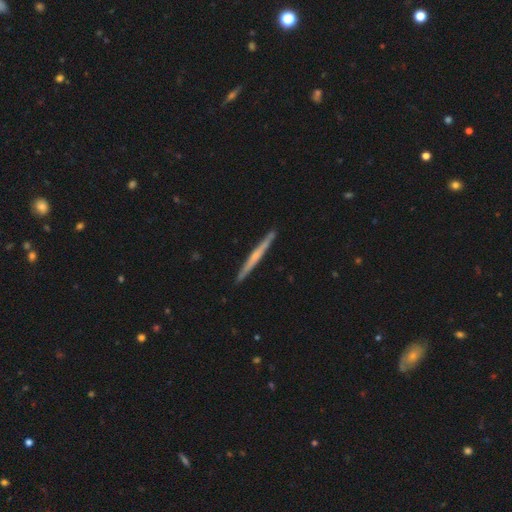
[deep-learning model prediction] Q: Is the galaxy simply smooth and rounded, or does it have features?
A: featured or disk — 63%.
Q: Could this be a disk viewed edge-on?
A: yes — 98%.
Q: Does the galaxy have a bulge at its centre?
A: none — 54%.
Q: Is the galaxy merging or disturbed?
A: none — 91%.